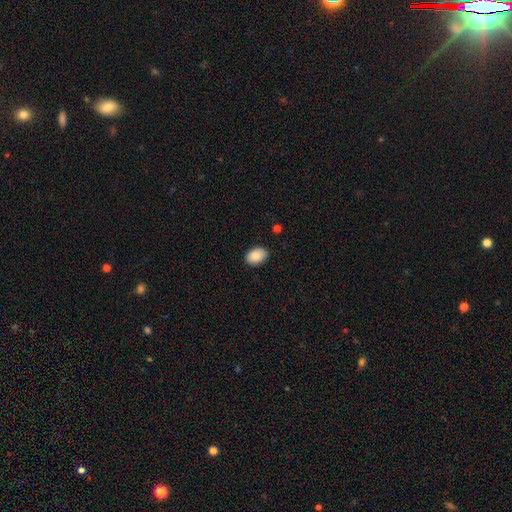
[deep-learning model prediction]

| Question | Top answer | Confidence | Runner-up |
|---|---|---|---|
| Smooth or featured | smooth | 87% | star or artifact (7%) |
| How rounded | in between | 84% | round (15%) |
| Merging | none | 88% | minor disturbance (9%) |